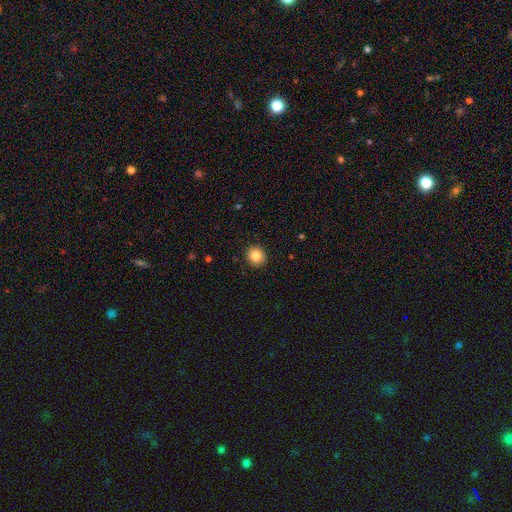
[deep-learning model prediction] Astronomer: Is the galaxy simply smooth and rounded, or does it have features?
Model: smooth — 85%.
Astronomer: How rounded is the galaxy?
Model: round — 86%.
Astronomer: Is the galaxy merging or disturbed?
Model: none — 92%.